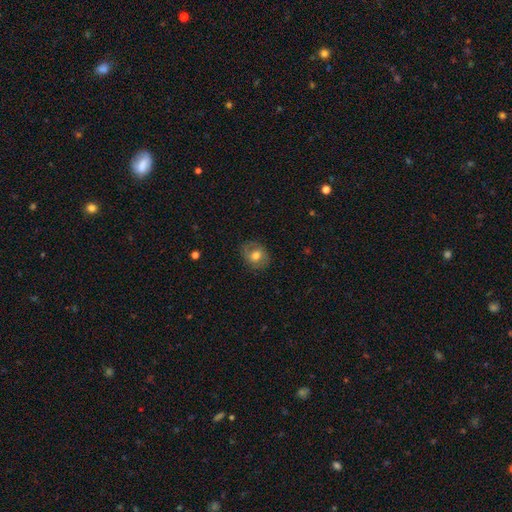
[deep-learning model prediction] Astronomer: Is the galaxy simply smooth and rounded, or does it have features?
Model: smooth — 63%.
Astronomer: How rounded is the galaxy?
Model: round — 59% (runner-up: in between, 40%).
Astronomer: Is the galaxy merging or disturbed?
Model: none — 76%.